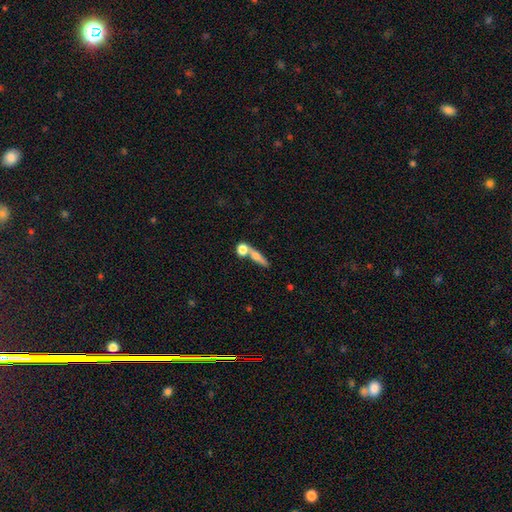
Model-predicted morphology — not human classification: Smooth or featured?
  - smooth: 60% *
  - featured or disk: 32%
  - star or artifact: 9%
How rounded?
  - cigar-shaped: 51% *
  - in between: 30%
  - round: 19%
Merging?
  - none: 46% *
  - merger: 38%
  - minor disturbance: 10%
  - major disturbance: 6%